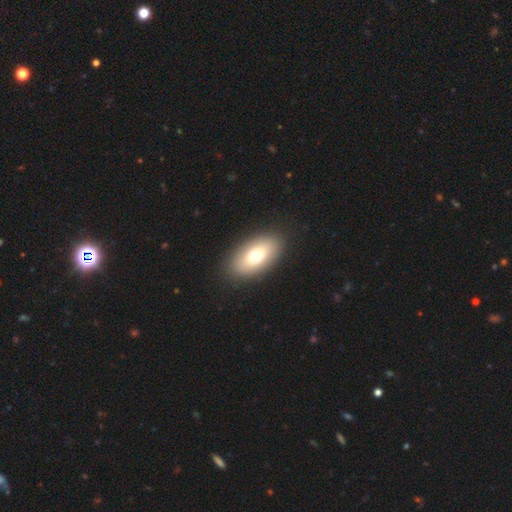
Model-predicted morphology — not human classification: Overall: smooth (71%). How rounded: in between (92%). Merging: none (89%).